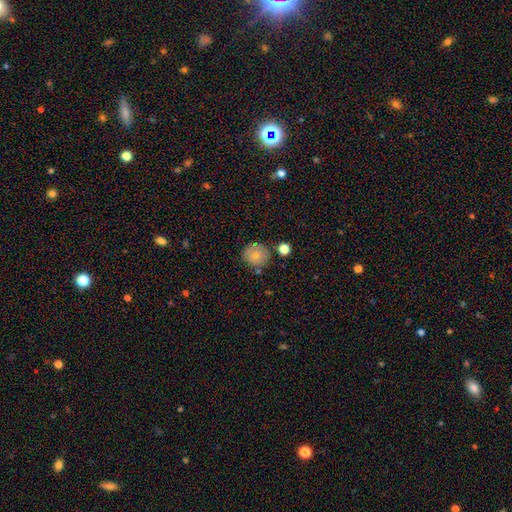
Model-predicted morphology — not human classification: Q: Smooth or featured?
A: smooth (74%); runner-up: featured or disk (16%)
Q: How rounded?
A: round (89%); runner-up: in between (10%)
Q: Merging?
A: none (76%); runner-up: minor disturbance (14%)